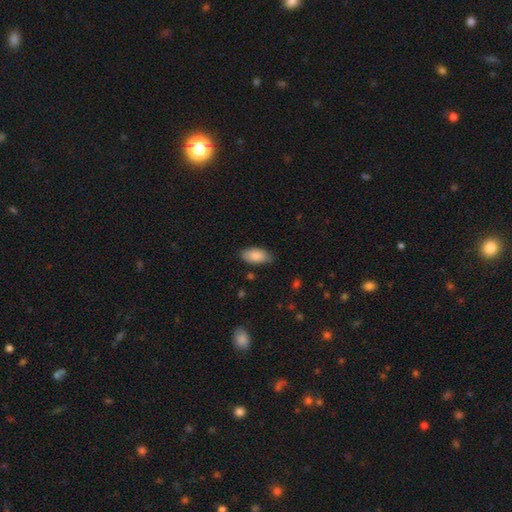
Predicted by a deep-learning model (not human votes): A smooth galaxy with no disk features (85%) that is in between round and cigar-shaped (93%). Merging: none (76%).